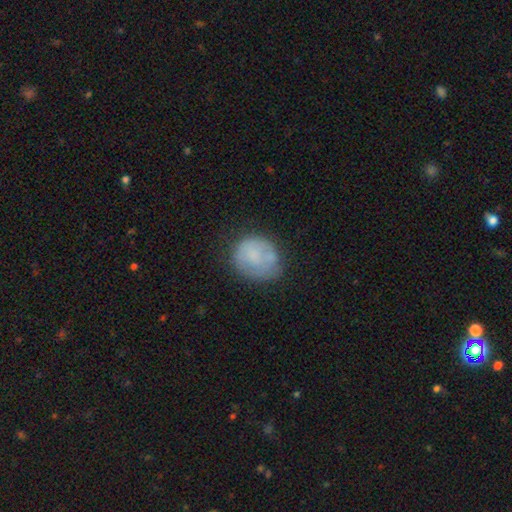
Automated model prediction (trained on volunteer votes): smooth_or_featured: smooth (p=0.64) [alt: featured or disk p=0.28]
how_rounded: round (p=0.72) [alt: in between p=0.27]
merging: none (p=0.55) [alt: minor disturbance p=0.27]